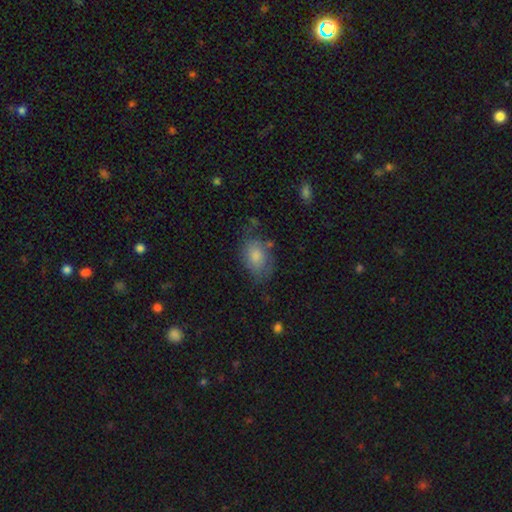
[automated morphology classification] This appears to be a smooth galaxy with no disk features (75%) that is in between round and cigar-shaped (84%). Merging: none (63%).